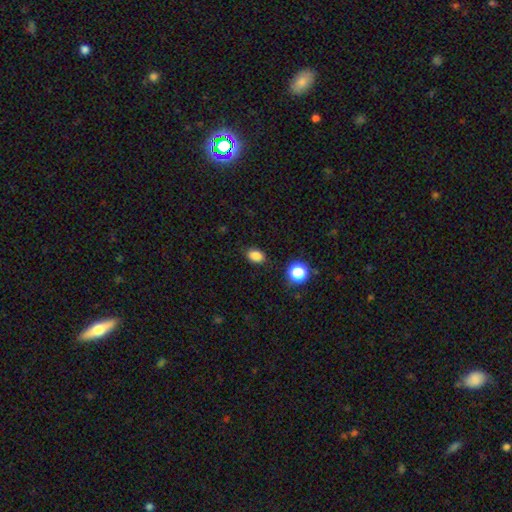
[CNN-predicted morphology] The model was most divided on "how rounded": in between: 74%, round: 25%, cigar-shaped: 1%. More confident: smooth or featured — smooth (85%); merging — none (84%).